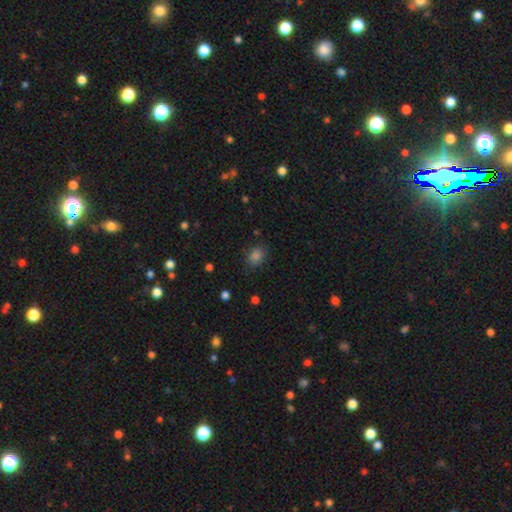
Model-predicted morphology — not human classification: smooth 78%, star or artifact 17%, featured or disk 5%. Down the decision tree: how rounded — round (50%); merging — none (83%).